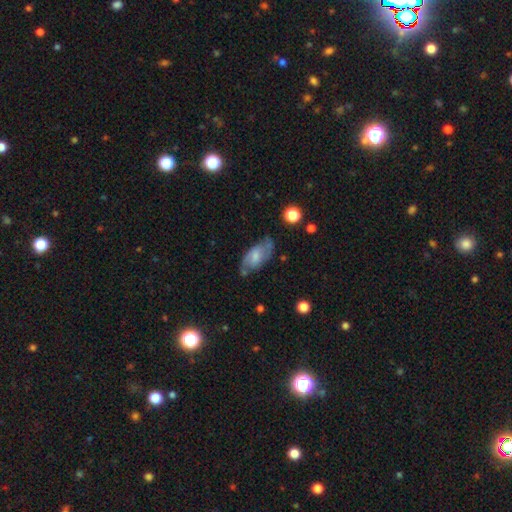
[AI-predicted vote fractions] Smooth or featured: featured or disk — 58% (smooth — 35%)
Edge-on disk: no — 91% (yes — 9%)
Bar: weak — 46% (no — 41%)
Spiral arms: yes — 83% (no — 17%)
Bulge size: small — 40% (moderate — 38%)
Merging: none — 66% (minor disturbance — 23%)